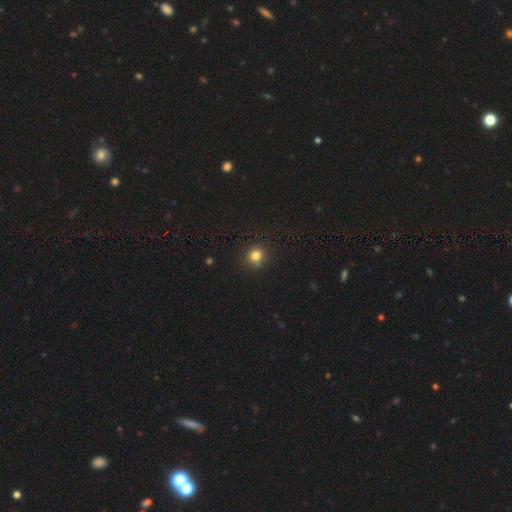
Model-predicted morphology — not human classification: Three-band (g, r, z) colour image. It shows a smooth galaxy with no disk features (81%) that is round (89%). Merging: none (86%).